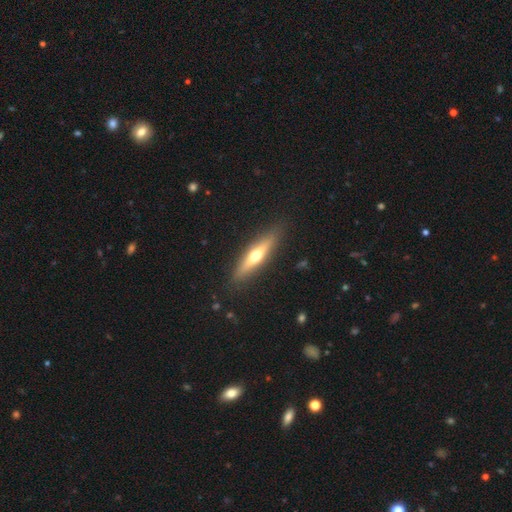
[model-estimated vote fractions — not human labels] Smooth or featured? featured or disk (52%)
Edge-on disk? yes (89%)
Merging? none (88%)